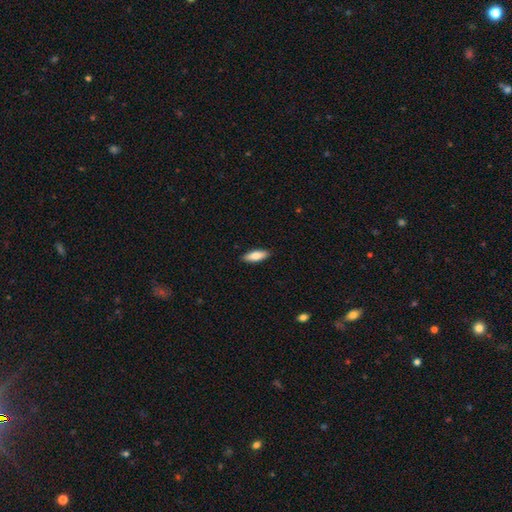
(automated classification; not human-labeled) smooth 79%, featured or disk 15%, star or artifact 6%. Down the decision tree: how rounded — in between (66%); merging — none (90%).